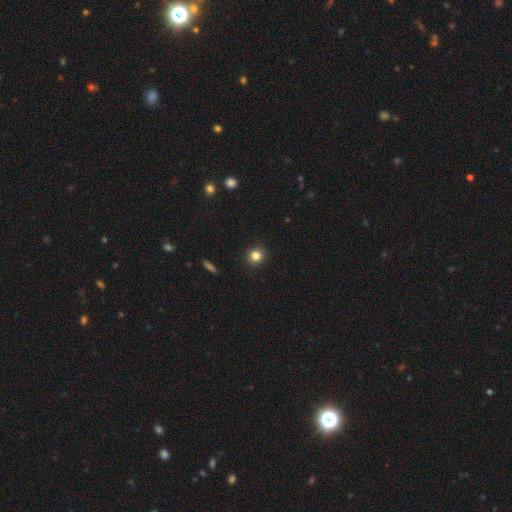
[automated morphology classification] Smooth or featured: smooth — 82% (star or artifact — 12%)
How rounded: round — 89% (in between — 10%)
Merging: none — 92% (minor disturbance — 6%)